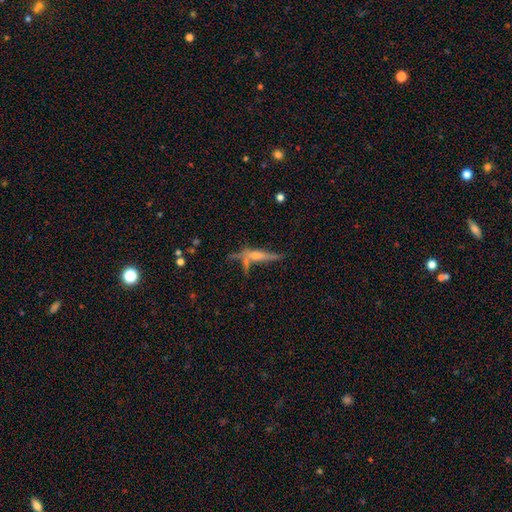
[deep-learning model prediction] This is likely a featured or disk galaxy (66%). It is clearly viewed edge-on (84%). Edge-on bulge: clearly rounded (82%). Merging: possibly none (50%).